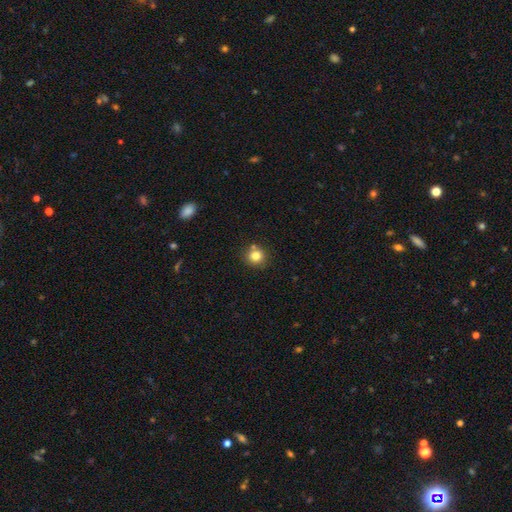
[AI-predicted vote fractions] This is clearly a smooth galaxy (81%). How rounded: clearly round (88%). Merging: likely none (77%).